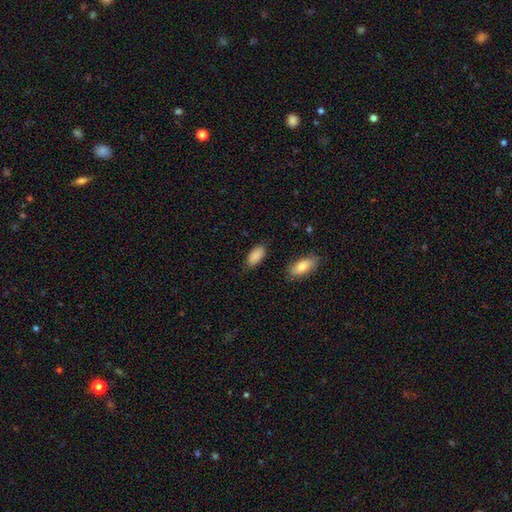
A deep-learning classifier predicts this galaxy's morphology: smooth 89%, star or artifact 6%, featured or disk 5%. Down the decision tree: how rounded — in between (92%); merging — none (81%).